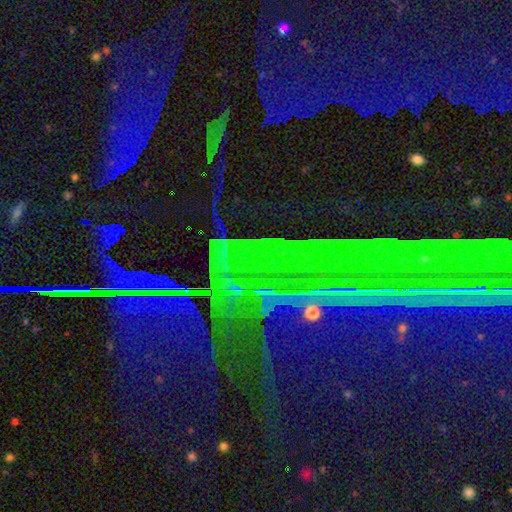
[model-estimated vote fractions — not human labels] Smooth or featured? star or artifact (87%)